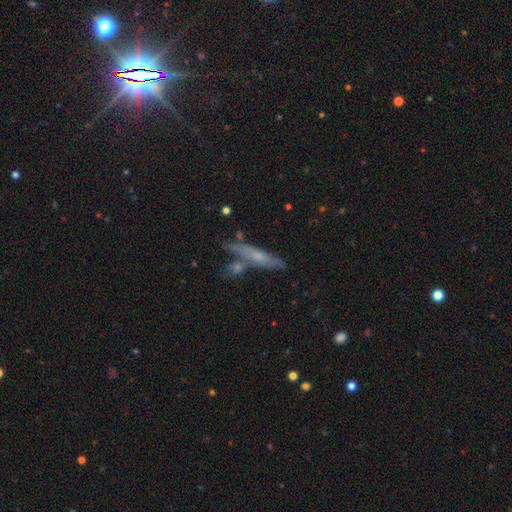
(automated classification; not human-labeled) Morphology: type=featured or disk (47%); merging=none (66%).